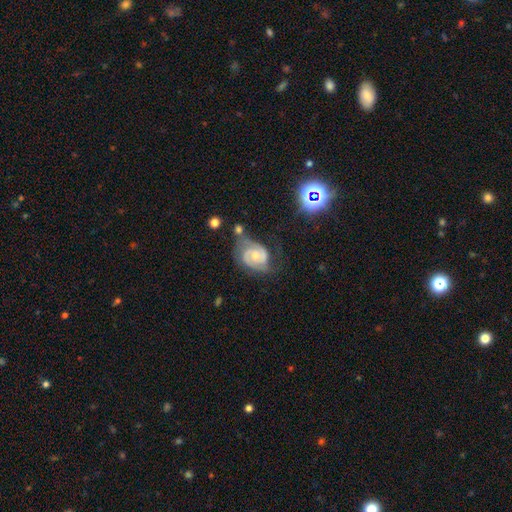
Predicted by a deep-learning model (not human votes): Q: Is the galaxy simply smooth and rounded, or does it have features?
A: featured or disk — 78%.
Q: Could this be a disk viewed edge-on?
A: no — 97%.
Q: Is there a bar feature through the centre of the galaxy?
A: no — 63%.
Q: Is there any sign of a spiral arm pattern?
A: yes — 93%.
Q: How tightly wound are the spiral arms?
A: tight — 44%.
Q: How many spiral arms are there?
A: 2 — 72%.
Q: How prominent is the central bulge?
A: small — 50%.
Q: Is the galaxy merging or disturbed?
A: none — 45%.